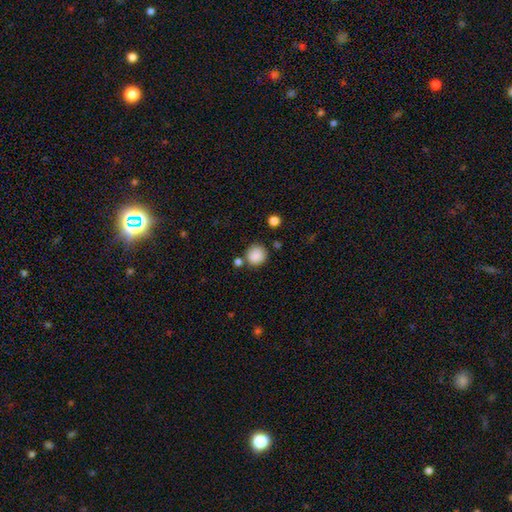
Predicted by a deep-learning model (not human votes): Smooth or featured?
  - smooth: 87% *
  - star or artifact: 9%
  - featured or disk: 4%
How rounded?
  - round: 91% *
  - in between: 8%
  - cigar-shaped: 1%
Merging?
  - none: 77% *
  - minor disturbance: 11%
  - merger: 8%
  - major disturbance: 4%